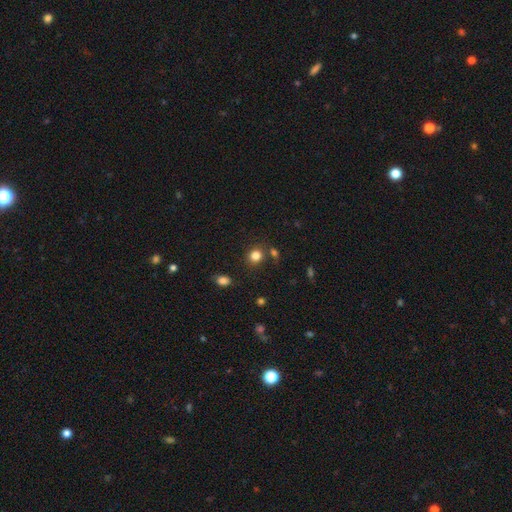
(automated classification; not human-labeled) Smooth or featured: smooth — 82% (star or artifact — 13%)
How rounded: round — 74% (in between — 25%)
Merging: none — 76% (minor disturbance — 11%)